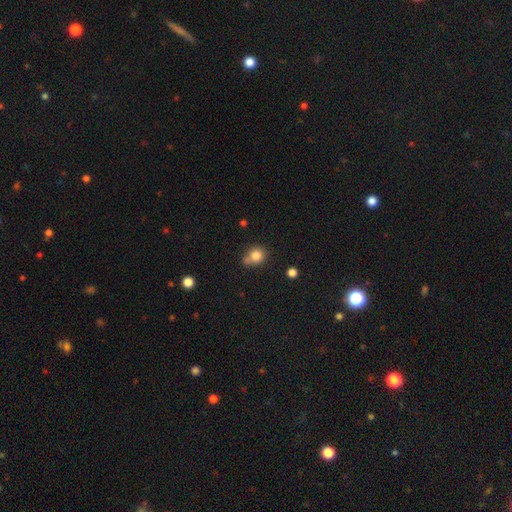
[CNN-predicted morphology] This is clearly a smooth galaxy (82%). How rounded: clearly round (81%). Merging: possibly none (56%).